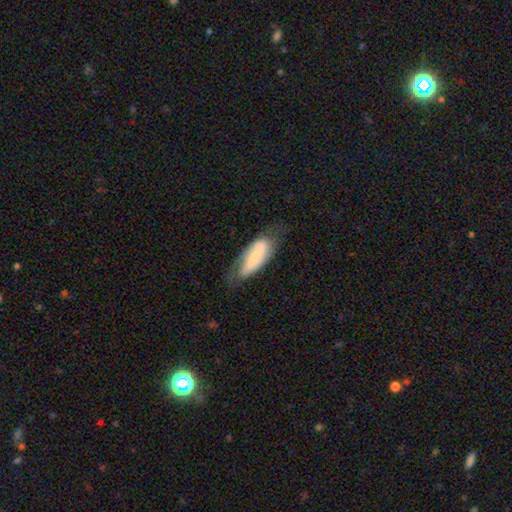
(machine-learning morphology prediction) Smooth or featured: smooth — 47% (featured or disk — 46%)
Merging: none — 56% (minor disturbance — 28%)